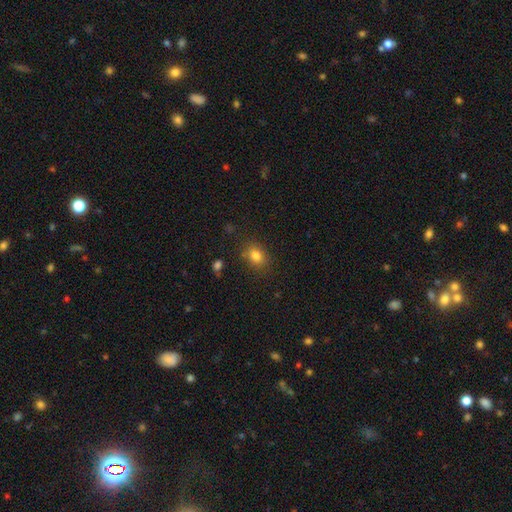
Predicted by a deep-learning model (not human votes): This appears to be a smooth galaxy with no disk features (82%) that is in between round and cigar-shaped (54%). Merging: none (80%).